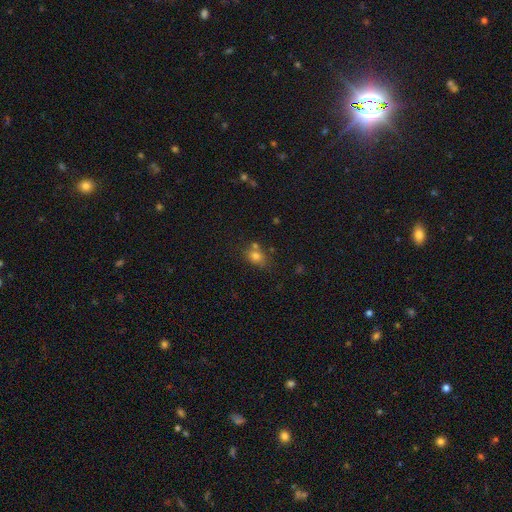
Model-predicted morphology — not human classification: The model was most divided on "how rounded": in between: 52%, round: 47%, cigar-shaped: 1%. More confident: smooth or featured — smooth (75%); merging — none (56%).